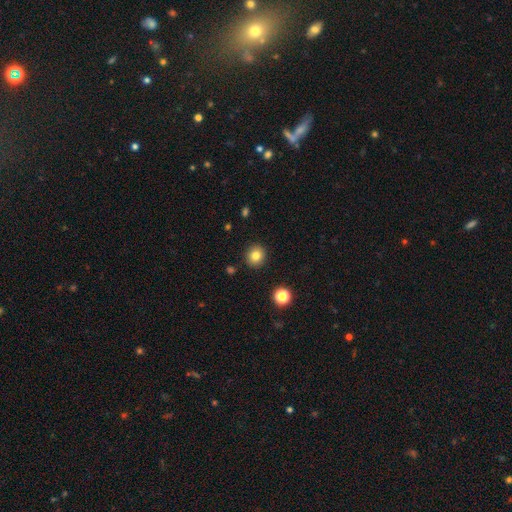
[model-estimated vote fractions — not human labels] Morphology: type=smooth (81%); roundness=round (90%); merging=none (91%).